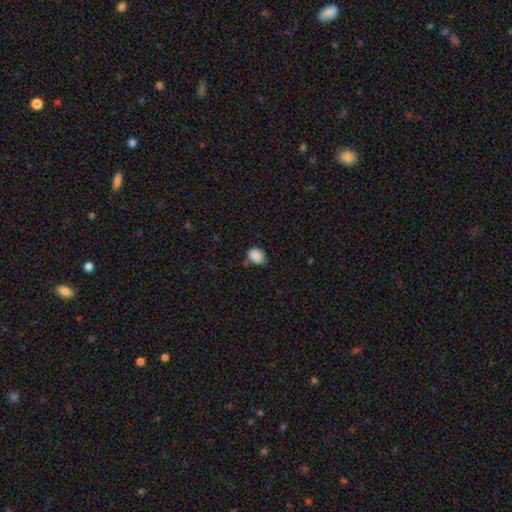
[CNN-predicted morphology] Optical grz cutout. It shows a smooth galaxy with no disk features (87%) that is in between round and cigar-shaped (66%). Merging: none (55%).